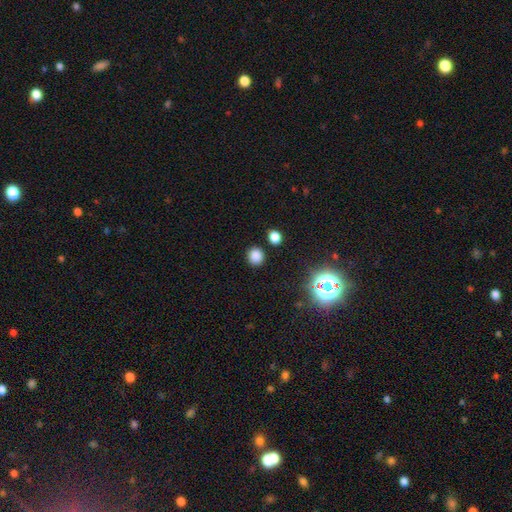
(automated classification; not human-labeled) This is clearly a smooth galaxy (80%). How rounded: clearly round (87%). Merging: clearly none (87%).